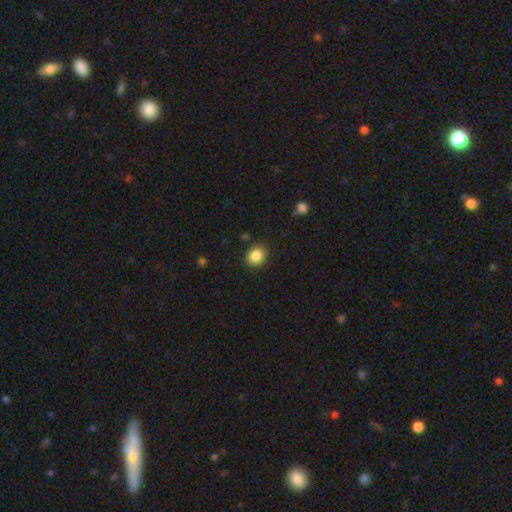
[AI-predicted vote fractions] Smooth or featured?
  - smooth: 86% *
  - star or artifact: 10%
  - featured or disk: 4%
How rounded?
  - round: 68% *
  - in between: 31%
  - cigar-shaped: 1%
Merging?
  - none: 87% *
  - minor disturbance: 9%
  - major disturbance: 3%
  - merger: 2%